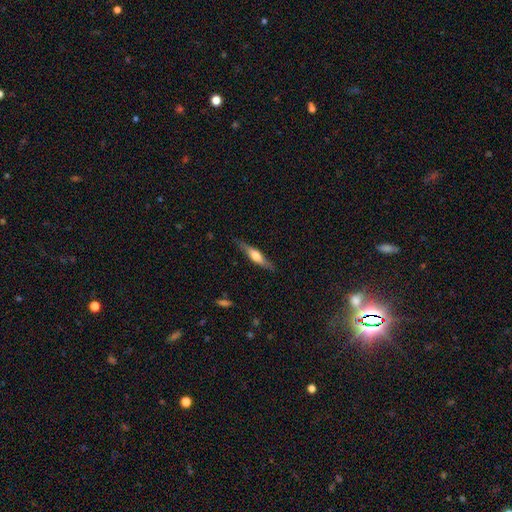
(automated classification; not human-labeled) Smooth or featured: featured or disk — 53% (smooth — 42%)
Edge-on disk: yes — 92% (no — 8%)
Merging: none — 84% (minor disturbance — 12%)